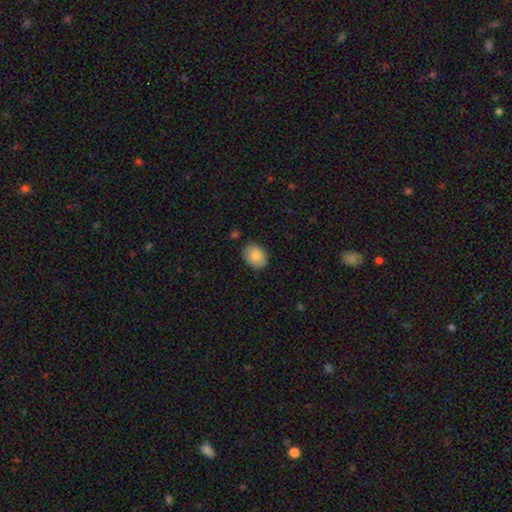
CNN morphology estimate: Smooth or featured? smooth (85%)
How rounded? in between (66%)
Merging? none (83%)